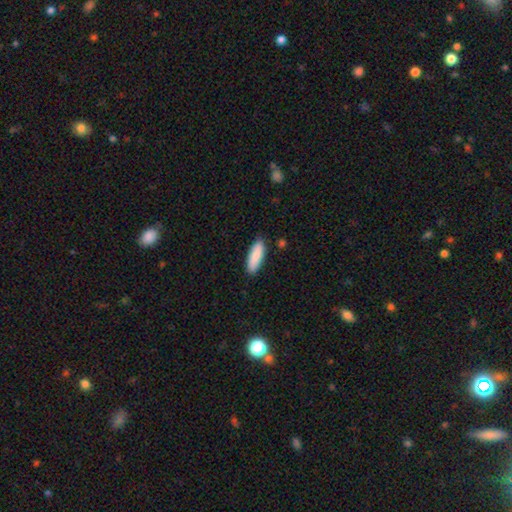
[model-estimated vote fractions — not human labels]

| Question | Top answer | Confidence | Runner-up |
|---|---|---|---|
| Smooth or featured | smooth | 87% | featured or disk (7%) |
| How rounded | in between | 58% | cigar-shaped (40%) |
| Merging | none | 86% | minor disturbance (11%) |